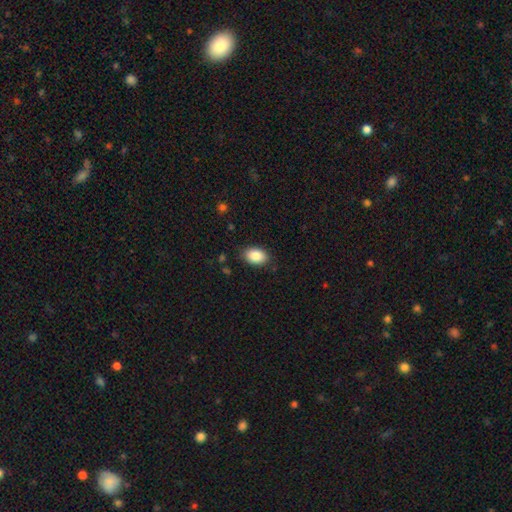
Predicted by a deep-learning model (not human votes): A smooth galaxy with no disk features (87%) that is in between round and cigar-shaped (88%).

Vote fractions:
- Smooth or featured? smooth: 87% / star or artifact: 7% / featured or disk: 6%
- How rounded? in between: 88% / round: 11% / cigar-shaped: 1%
- Merging? none: 86% / minor disturbance: 10% / major disturbance: 2% / merger: 1%